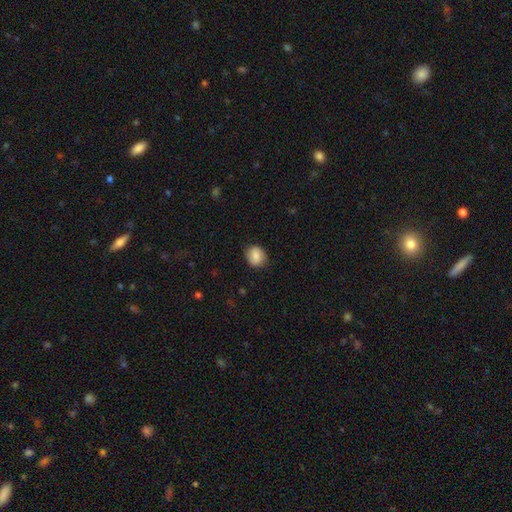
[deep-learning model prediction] A smooth galaxy with no disk features (81%) that is round (66%). Merging: none (81%).